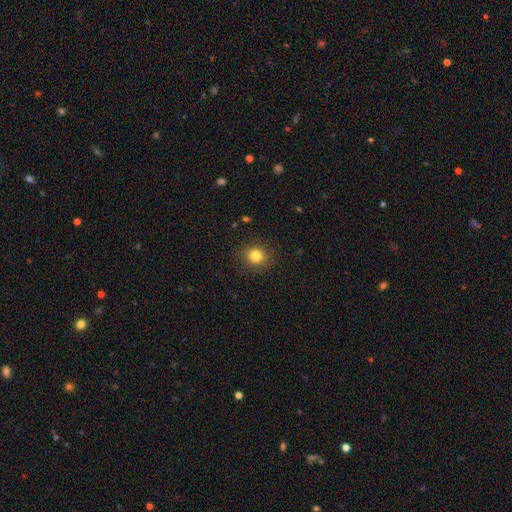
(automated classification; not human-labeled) Smooth or featured? smooth (82%)
How rounded? round (83%)
Merging? none (89%)